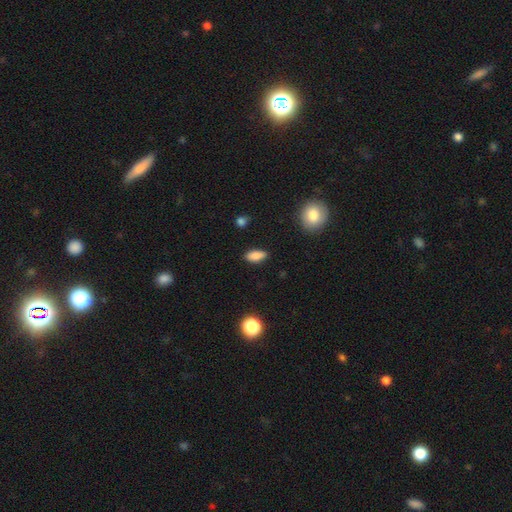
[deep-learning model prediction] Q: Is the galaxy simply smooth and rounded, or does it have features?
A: smooth — 84%.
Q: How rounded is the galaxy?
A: in between — 85%.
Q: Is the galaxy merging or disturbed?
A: none — 84%.